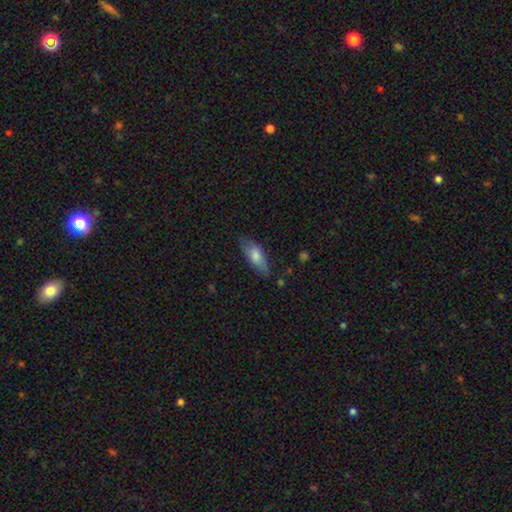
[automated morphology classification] type=smooth (74%); roundness=in between (74%); merging=none (68%).